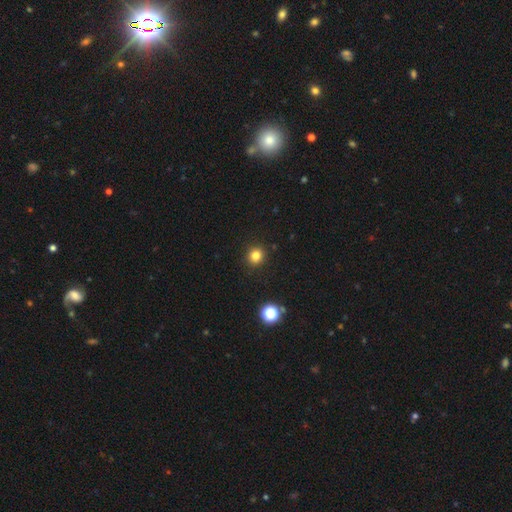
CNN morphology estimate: Smooth or featured?
  - smooth: 81% *
  - star or artifact: 14%
  - featured or disk: 5%
How rounded?
  - round: 89% *
  - in between: 10%
  - cigar-shaped: 1%
Merging?
  - none: 92% *
  - minor disturbance: 5%
  - major disturbance: 2%
  - merger: 1%